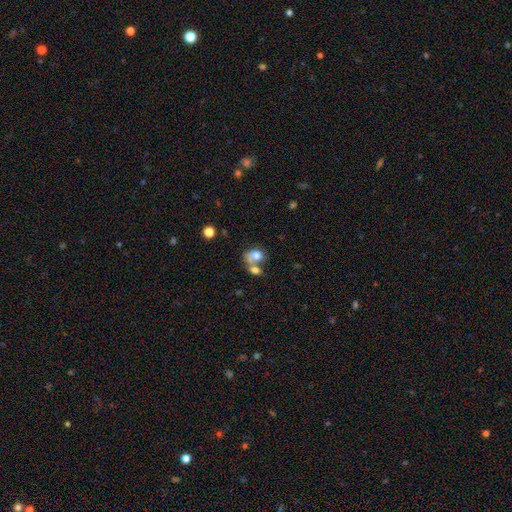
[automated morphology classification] Smooth or featured: smooth — 73% (featured or disk — 17%)
How rounded: in between — 58% (round — 41%)
Merging: merger — 56% (none — 26%)